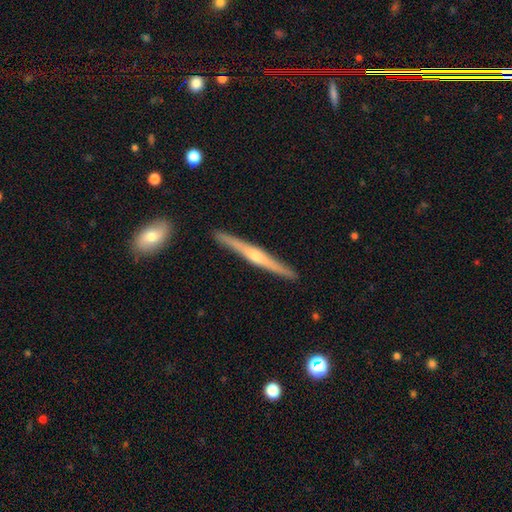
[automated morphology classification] Smooth or featured? featured or disk (74%)
Edge-on disk? yes (98%)
Edge-on bulge? rounded (79%)
Merging? none (91%)